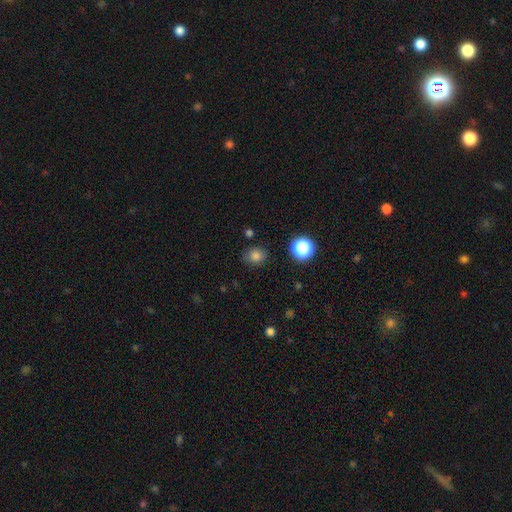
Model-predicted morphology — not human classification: type=smooth (80%); roundness=round (72%); merging=none (82%).